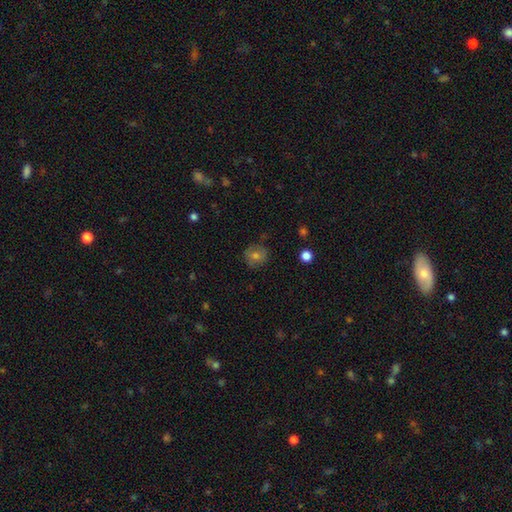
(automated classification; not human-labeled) Q: Smooth or featured?
A: smooth (60%); runner-up: featured or disk (25%)
Q: How rounded?
A: round (85%); runner-up: in between (14%)
Q: Merging?
A: none (80%); runner-up: minor disturbance (14%)